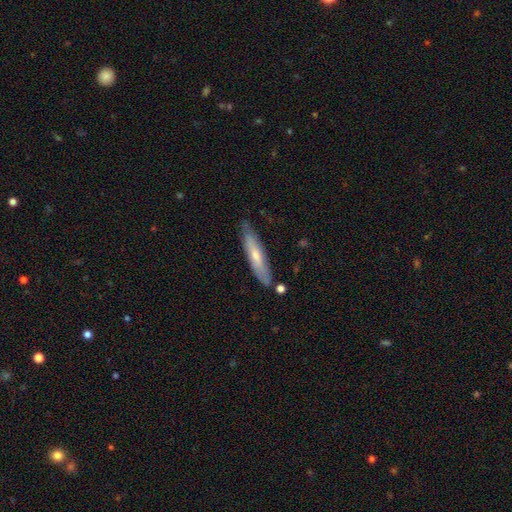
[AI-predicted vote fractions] The model was most divided on "smooth or featured": smooth: 55%, featured or disk: 40%, star or artifact: 6%. More confident: how rounded — cigar-shaped (83%); merging — none (78%).